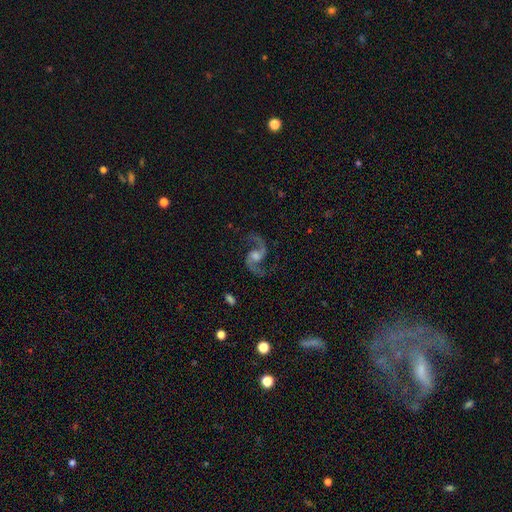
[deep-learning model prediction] This is clearly a featured or disk galaxy (93%). It is clearly not viewed edge-on (98%). Bar: possibly no (47%). Spiral arm pattern: clearly yes (98%). Spiral arm count: clearly 2 (95%). Spiral winding: possibly loose (50%). Central bulge: possibly moderate (52%). Merging: clearly none (82%).